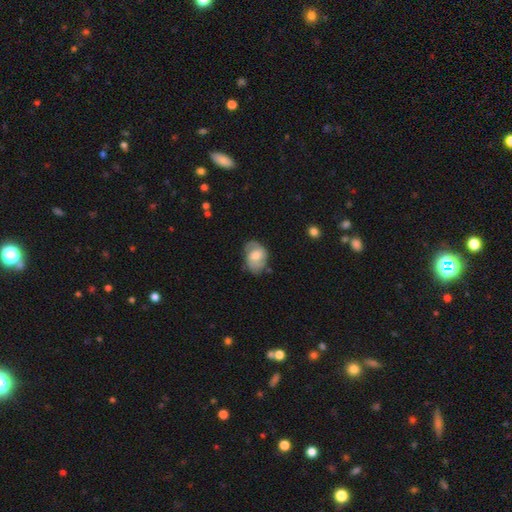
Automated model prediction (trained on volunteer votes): Smooth or featured: featured or disk — 50% (smooth — 43%)
Edge-on disk: no — 96% (yes — 4%)
Merging: none — 61% (minor disturbance — 28%)